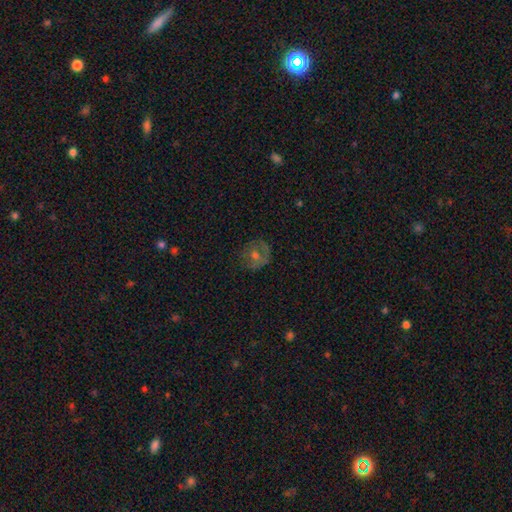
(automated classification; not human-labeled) smooth_or_featured: featured or disk (p=0.46) [alt: smooth p=0.39]
merging: none (p=0.69) [alt: minor disturbance p=0.19]